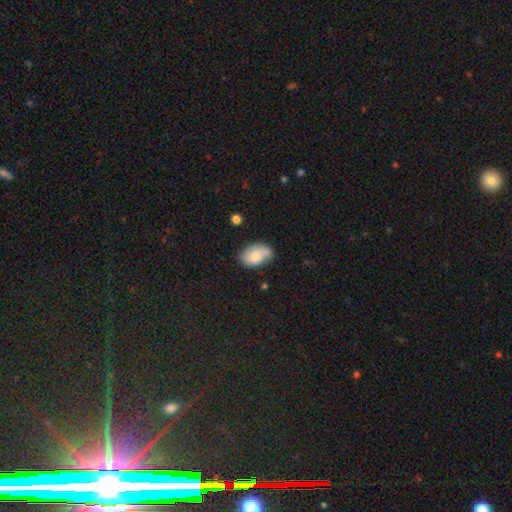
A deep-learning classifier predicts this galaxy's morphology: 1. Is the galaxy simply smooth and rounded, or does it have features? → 64% smooth, 28% featured or disk, 8% star or artifact.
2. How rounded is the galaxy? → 87% in between, 12% round, 1% cigar-shaped.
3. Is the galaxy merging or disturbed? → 56% none, 31% minor disturbance, 9% major disturbance, 4% merger.